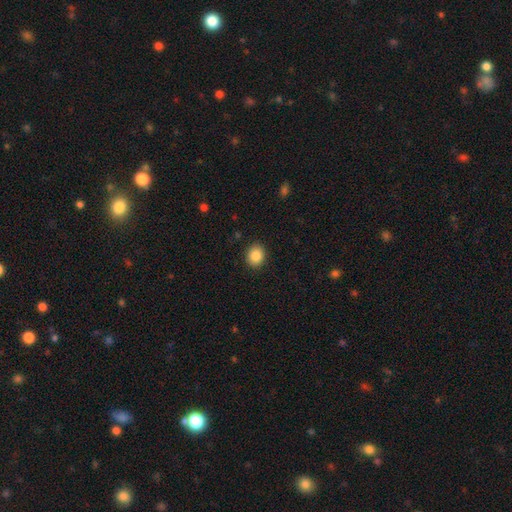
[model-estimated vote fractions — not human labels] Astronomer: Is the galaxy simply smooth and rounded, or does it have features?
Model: smooth — 86%.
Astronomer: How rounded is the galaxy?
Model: round — 65%.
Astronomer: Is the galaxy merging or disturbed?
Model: none — 90%.